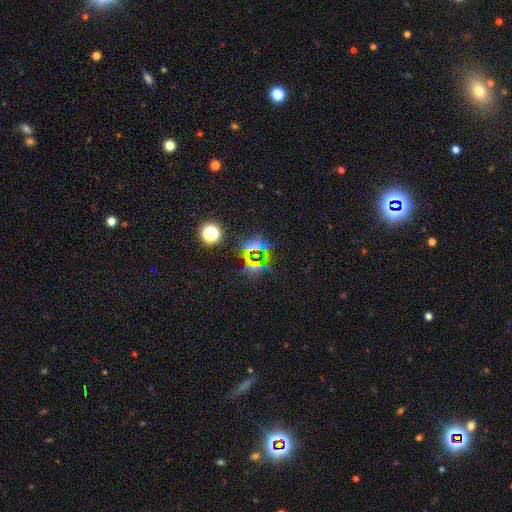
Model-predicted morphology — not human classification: type=star or artifact (74%).